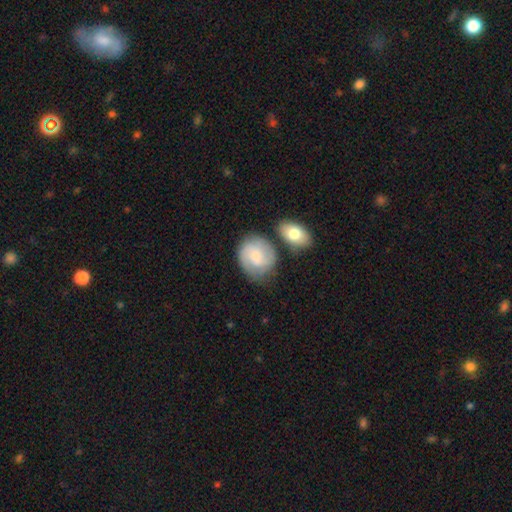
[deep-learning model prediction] Morphology: type=featured or disk (49%); merging=none (60%).